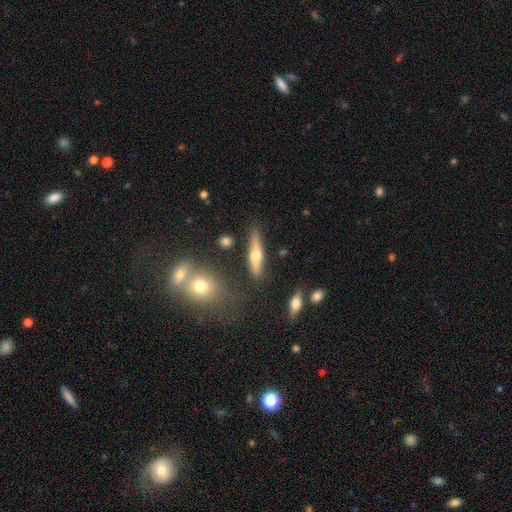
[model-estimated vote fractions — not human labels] Smooth or featured? featured or disk (55%)
Edge-on disk? yes (93%)
Edge-on bulge? rounded (93%)
Merging? none (79%)